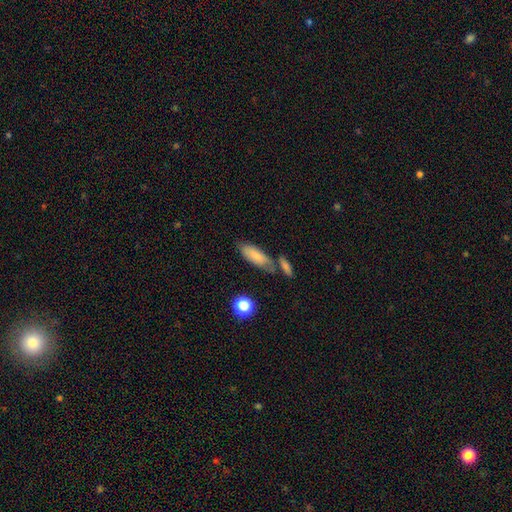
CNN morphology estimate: Overall: smooth (80%). How rounded: in between (70%). Merging: none (57%; merger 21%).